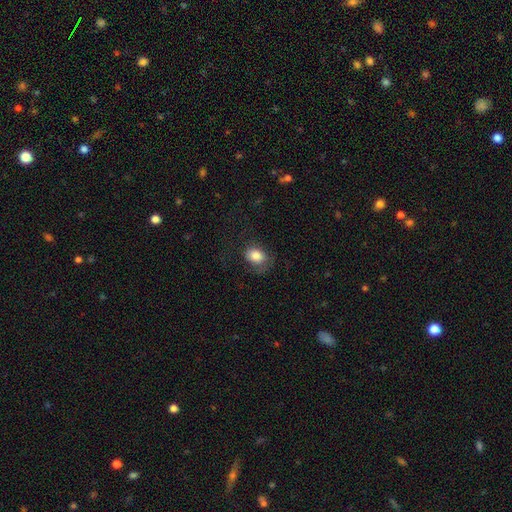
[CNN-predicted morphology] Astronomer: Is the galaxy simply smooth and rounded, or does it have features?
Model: smooth — 82%.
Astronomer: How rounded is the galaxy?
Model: in between — 64%.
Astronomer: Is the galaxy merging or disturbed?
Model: none — 60%.